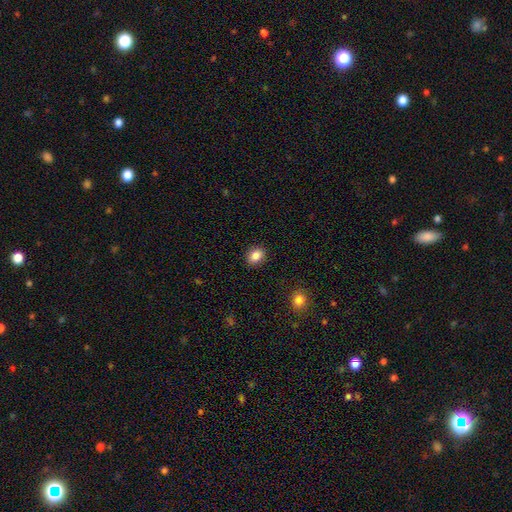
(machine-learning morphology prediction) A smooth galaxy with no disk features (86%) that is in between round and cigar-shaped (54%). Merging: none (90%).